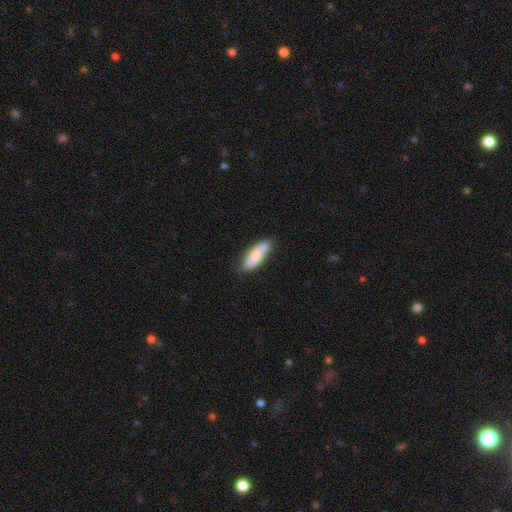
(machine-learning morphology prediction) This appears to be a smooth galaxy with no disk features (73%) that is in between round and cigar-shaped (67%). Merging: none (59%).